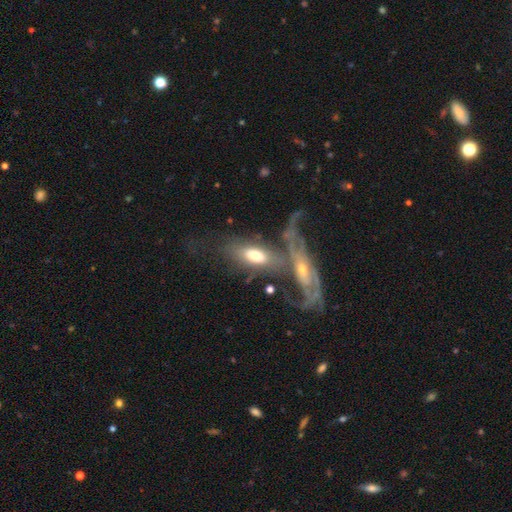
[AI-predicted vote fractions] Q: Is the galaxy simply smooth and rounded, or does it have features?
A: smooth — 49%.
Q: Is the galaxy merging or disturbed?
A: merger — 47%.